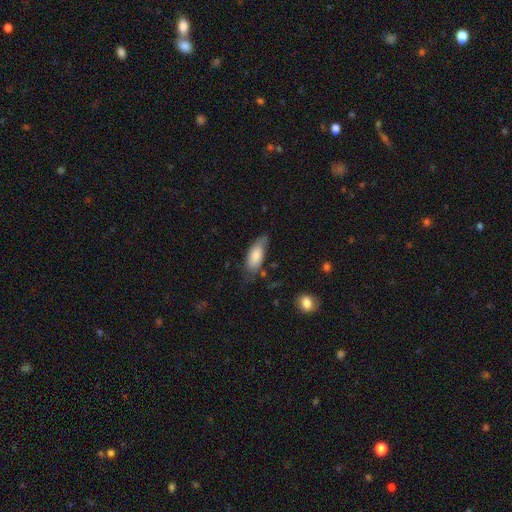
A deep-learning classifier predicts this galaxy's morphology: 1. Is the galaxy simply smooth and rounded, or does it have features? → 78% smooth, 16% featured or disk, 6% star or artifact.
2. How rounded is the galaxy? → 83% in between, 15% cigar-shaped, 2% round.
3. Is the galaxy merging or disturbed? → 53% none, 34% minor disturbance, 11% major disturbance, 3% merger.